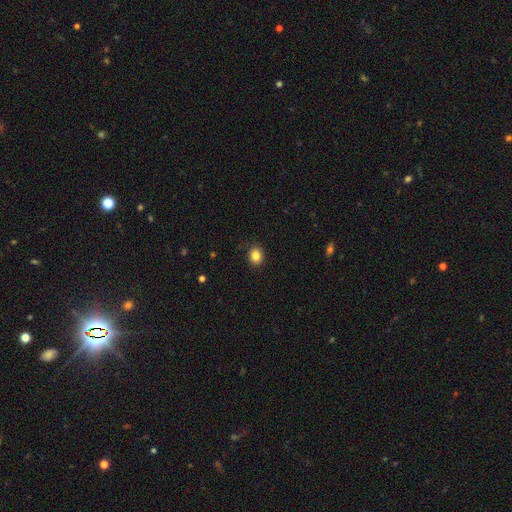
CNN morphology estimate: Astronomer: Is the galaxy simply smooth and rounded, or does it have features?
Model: smooth — 84%.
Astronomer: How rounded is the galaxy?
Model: round — 61% (runner-up: in between, 39%).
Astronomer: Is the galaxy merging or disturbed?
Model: none — 89%.